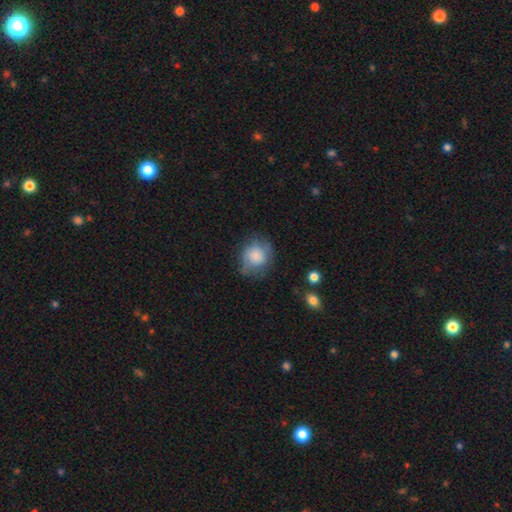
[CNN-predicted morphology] This appears to be a smooth galaxy with no disk features (71%) that is round (74%). Merging: none (60%).